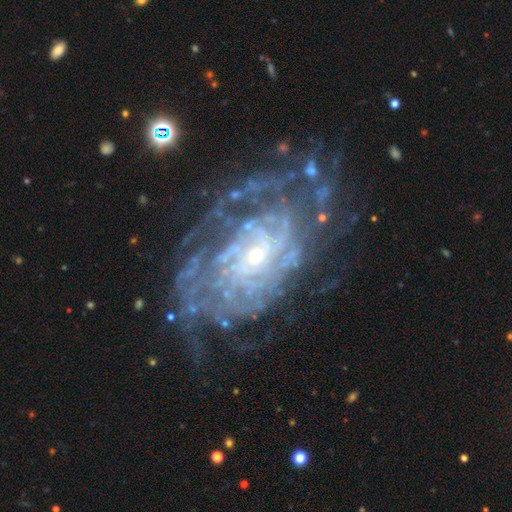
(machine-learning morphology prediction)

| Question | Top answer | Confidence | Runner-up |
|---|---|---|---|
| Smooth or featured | featured or disk | 88% | star or artifact (6%) |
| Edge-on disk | no | 96% | yes (4%) |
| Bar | no | 64% | weak (27%) |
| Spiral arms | yes | 94% | no (6%) |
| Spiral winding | tight | 72% | medium (22%) |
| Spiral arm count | can't tell | 39% | more than 4 (20%) |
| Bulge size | small | 78% | moderate (17%) |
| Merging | none | 66% | minor disturbance (18%) |